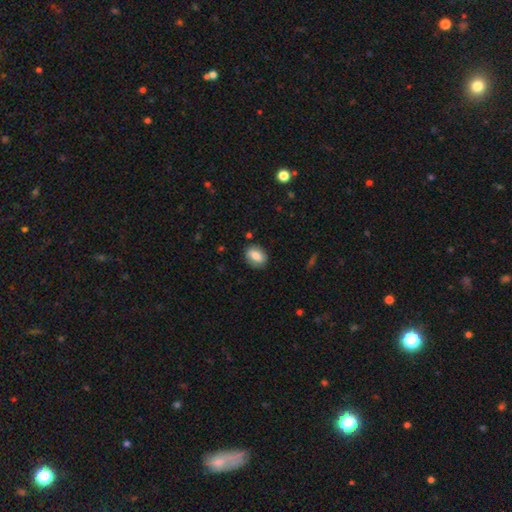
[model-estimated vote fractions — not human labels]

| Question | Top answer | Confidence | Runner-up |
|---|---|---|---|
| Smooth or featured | smooth | 77% | featured or disk (16%) |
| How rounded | in between | 69% | round (30%) |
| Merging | none | 83% | minor disturbance (13%) |